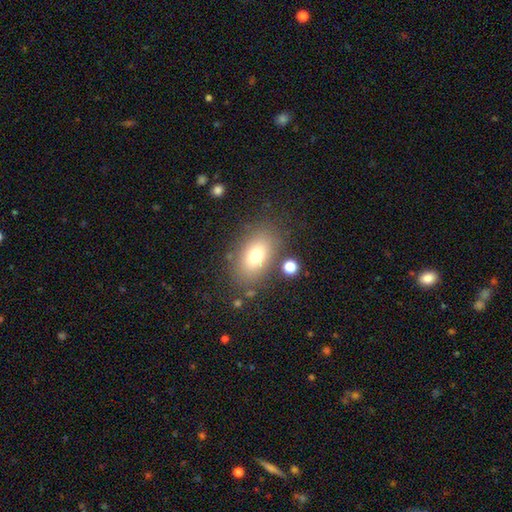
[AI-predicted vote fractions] Overall: smooth (74%). How rounded: in between (84%). Merging: none (79%).